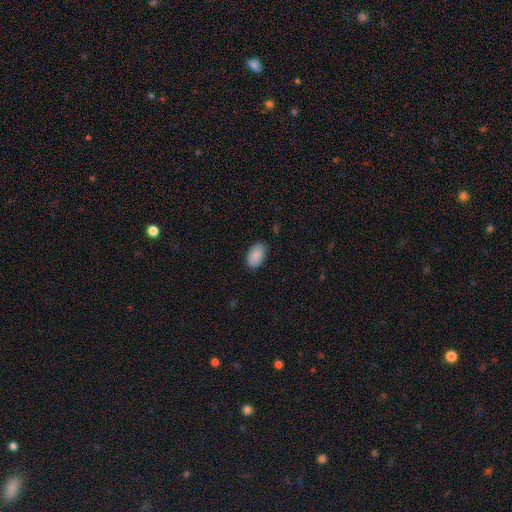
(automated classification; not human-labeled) Smooth or featured? smooth (89%)
How rounded? in between (94%)
Merging? none (84%)